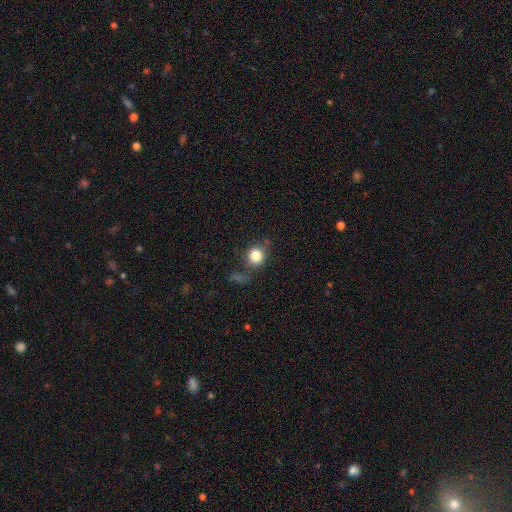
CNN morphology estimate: smooth 82%, star or artifact 11%, featured or disk 7%. Down the decision tree: how rounded — round (87%); merging — none (73%).